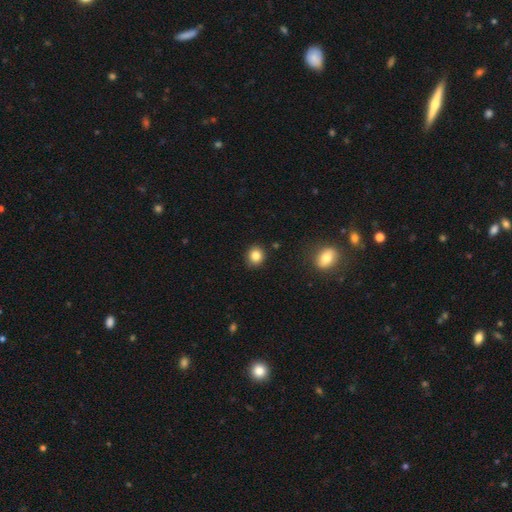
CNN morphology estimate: This appears to be a smooth galaxy with no disk features (84%) that is round (82%). Merging: none (89%).